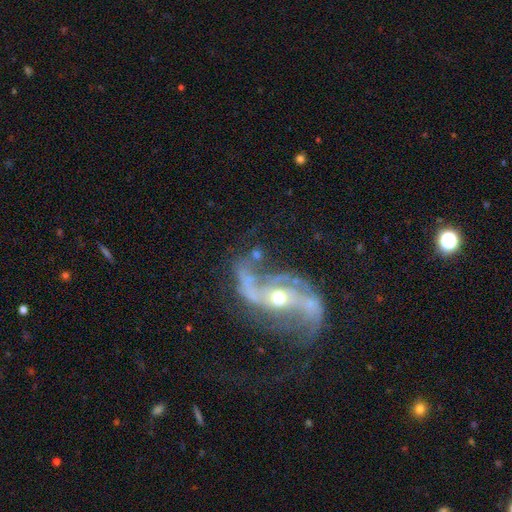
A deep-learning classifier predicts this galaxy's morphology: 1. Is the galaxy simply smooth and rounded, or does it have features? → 87% featured or disk, 8% star or artifact, 5% smooth.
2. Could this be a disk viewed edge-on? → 97% no, 3% yes.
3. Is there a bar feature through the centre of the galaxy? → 46% no, 29% weak, 25% strong.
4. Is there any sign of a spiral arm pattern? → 94% yes, 6% no.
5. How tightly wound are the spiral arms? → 60% loose, 31% medium, 8% tight.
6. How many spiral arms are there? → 81% 2, 7% 3, 4% can't tell, 3% 1, 3% 4, 2% more than 4.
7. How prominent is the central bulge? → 64% moderate, 30% small, 4% large, 1% none, 1% dominant.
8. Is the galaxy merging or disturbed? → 48% none, 23% major disturbance, 19% minor disturbance, 9% merger.